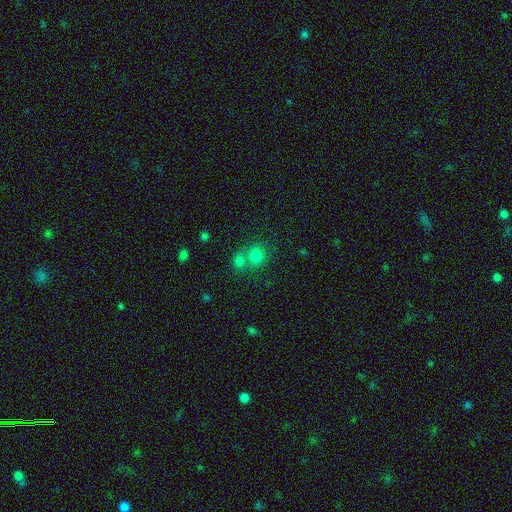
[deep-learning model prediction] Smooth or featured: smooth — 79% (star or artifact — 14%)
How rounded: round — 82% (in between — 17%)
Merging: none — 48% (merger — 42%)